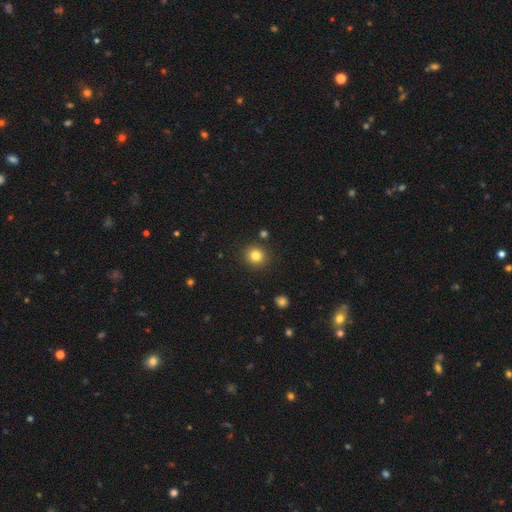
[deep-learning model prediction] The model was most divided on "smooth or featured": smooth: 82%, star or artifact: 12%, featured or disk: 6%. More confident: how rounded — round (90%); merging — none (89%).